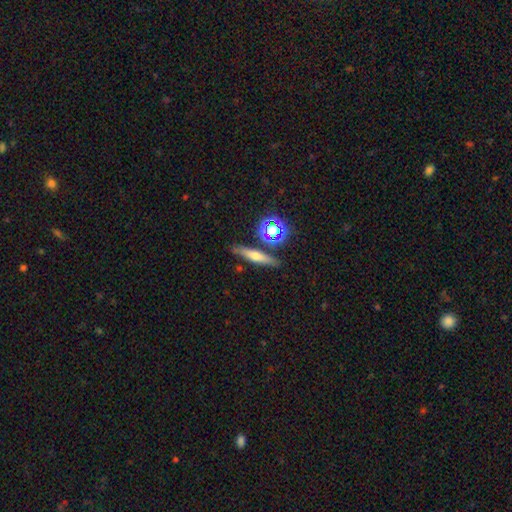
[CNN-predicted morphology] Smooth or featured: smooth — 47% (featured or disk — 37%)
Merging: none — 81% (minor disturbance — 10%)